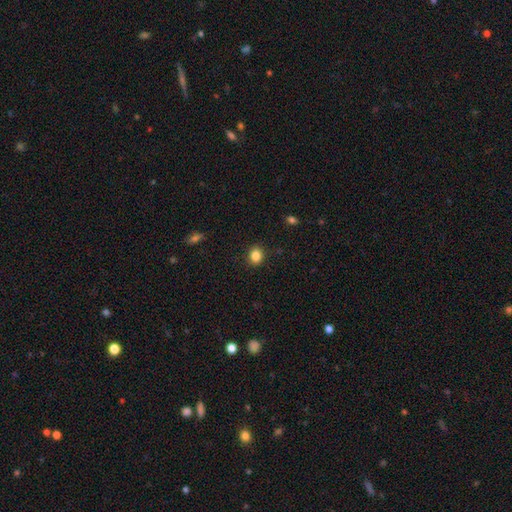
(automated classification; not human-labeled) Smooth or featured: smooth — 85% (star or artifact — 11%)
How rounded: round — 71% (in between — 28%)
Merging: none — 90% (minor disturbance — 7%)